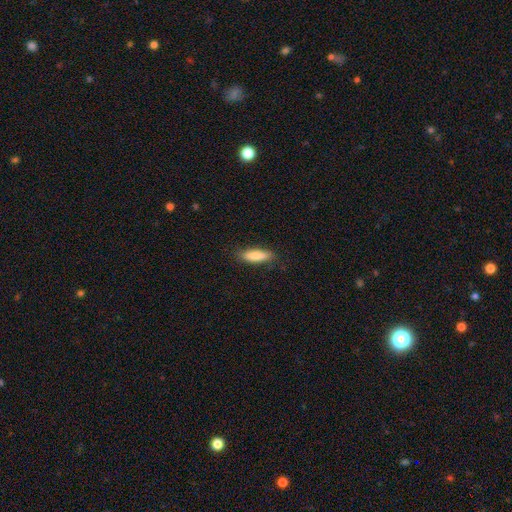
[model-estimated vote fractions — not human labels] Overall: smooth (81%). How rounded: cigar-shaped (51%; in between 47%). Merging: none (84%).